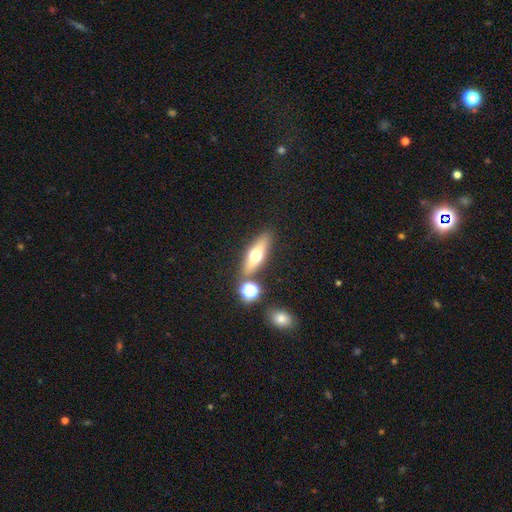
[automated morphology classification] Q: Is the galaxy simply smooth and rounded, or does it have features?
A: smooth — 48%.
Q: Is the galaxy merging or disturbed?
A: none — 81%.